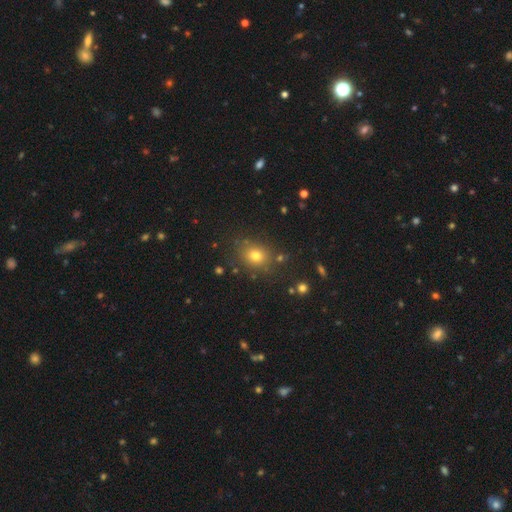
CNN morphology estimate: Smooth or featured? smooth (72%)
How rounded? round (63%)
Merging? none (81%)